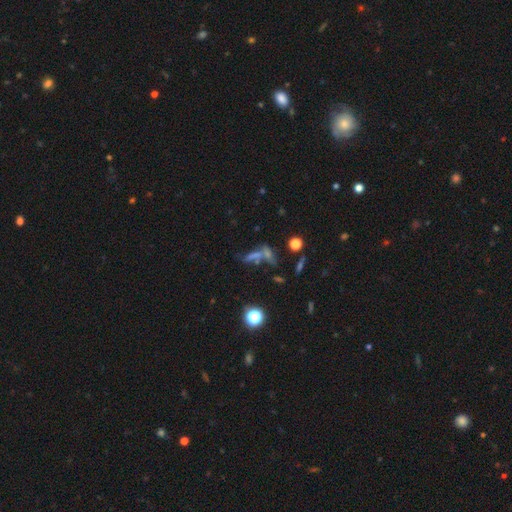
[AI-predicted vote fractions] smooth_or_featured: smooth (p=0.49) [alt: featured or disk p=0.26]
merging: merger (p=0.41) [alt: none p=0.37]